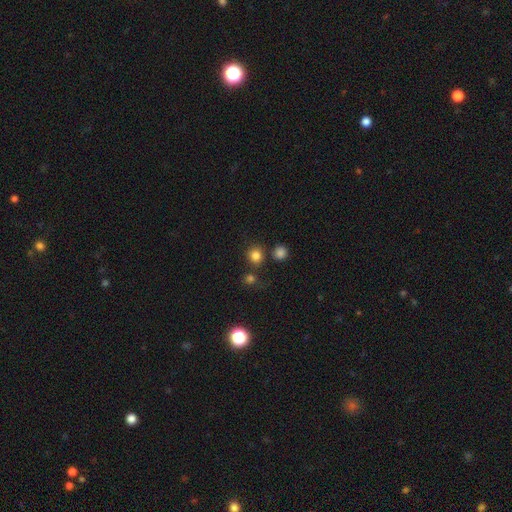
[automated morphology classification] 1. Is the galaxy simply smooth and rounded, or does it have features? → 80% smooth, 15% star or artifact, 5% featured or disk.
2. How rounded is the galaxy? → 87% round, 12% in between, 1% cigar-shaped.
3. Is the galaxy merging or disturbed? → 75% none, 13% merger, 8% minor disturbance, 4% major disturbance.